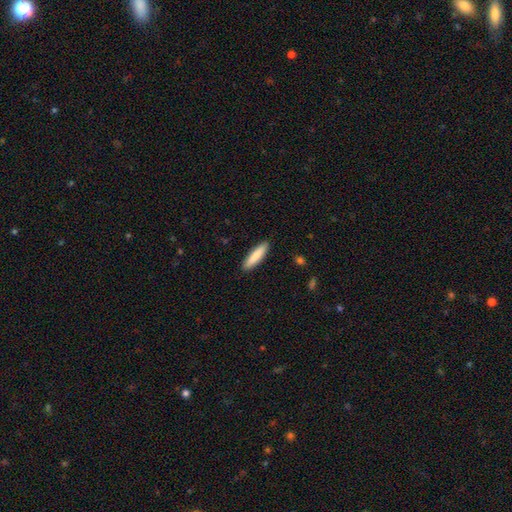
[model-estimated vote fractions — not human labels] Smooth or featured? smooth (85%)
How rounded? cigar-shaped (76%)
Merging? none (91%)